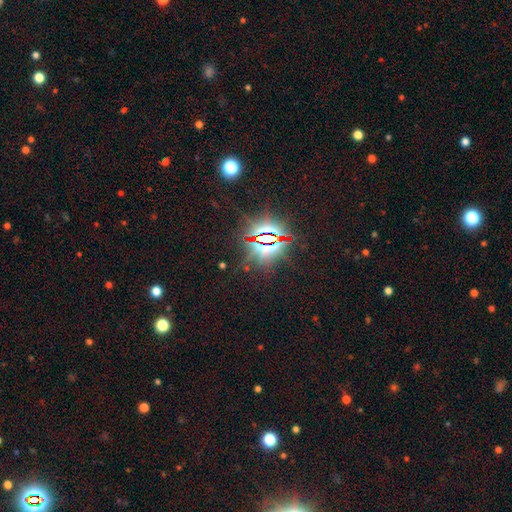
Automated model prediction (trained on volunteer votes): Q: Smooth or featured?
A: star or artifact (84%); runner-up: smooth (9%)